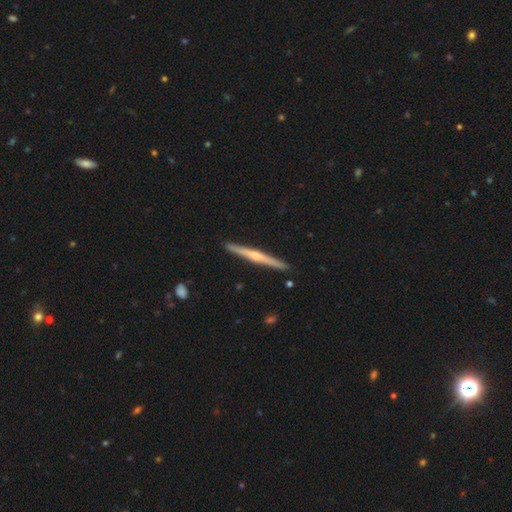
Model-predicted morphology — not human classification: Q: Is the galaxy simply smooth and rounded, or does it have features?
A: featured or disk — 69%.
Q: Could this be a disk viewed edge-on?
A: yes — 98%.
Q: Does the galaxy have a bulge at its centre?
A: rounded — 68%.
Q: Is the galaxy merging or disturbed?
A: none — 92%.